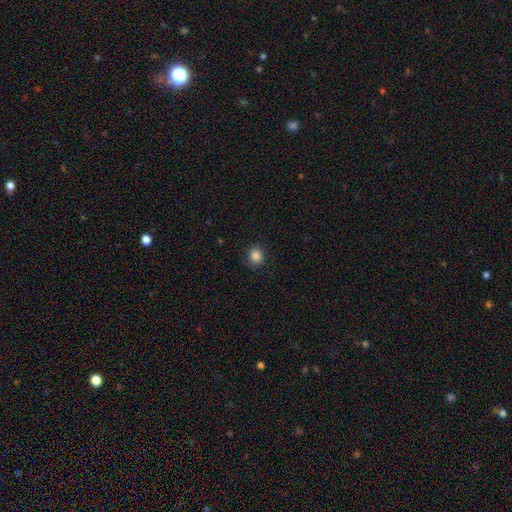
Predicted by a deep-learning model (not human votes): Smooth or featured? smooth (86%)
How rounded? round (82%)
Merging? none (89%)